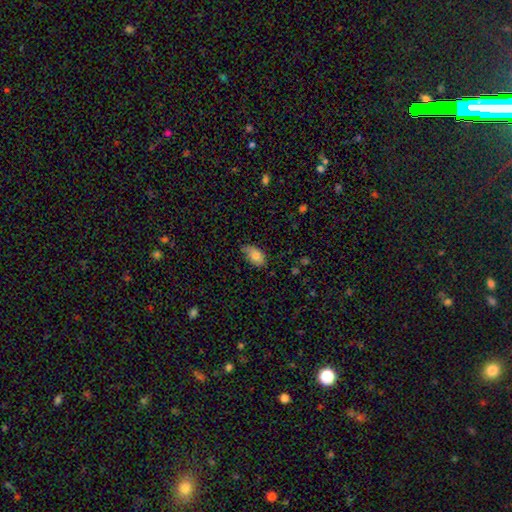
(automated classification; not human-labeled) smooth_or_featured: smooth (p=0.80) [alt: featured or disk p=0.13]
how_rounded: in between (p=0.92) [alt: round p=0.06]
merging: none (p=0.57) [alt: minor disturbance p=0.34]